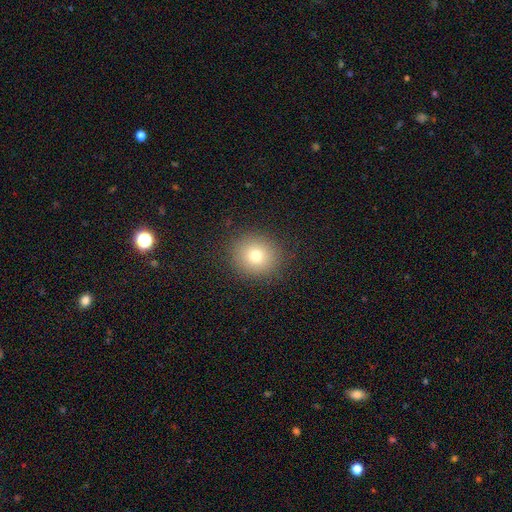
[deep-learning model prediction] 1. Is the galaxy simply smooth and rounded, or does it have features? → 76% smooth, 13% star or artifact, 10% featured or disk.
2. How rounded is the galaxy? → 85% round, 14% in between, 1% cigar-shaped.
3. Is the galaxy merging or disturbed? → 89% none, 7% minor disturbance, 3% major disturbance, 1% merger.